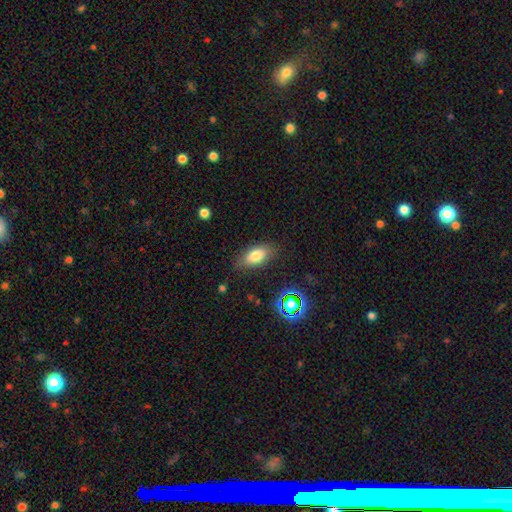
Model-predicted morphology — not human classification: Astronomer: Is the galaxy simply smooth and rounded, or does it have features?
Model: smooth — 78%.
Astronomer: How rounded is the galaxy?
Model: in between — 87%.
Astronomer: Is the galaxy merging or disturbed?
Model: none — 81%.